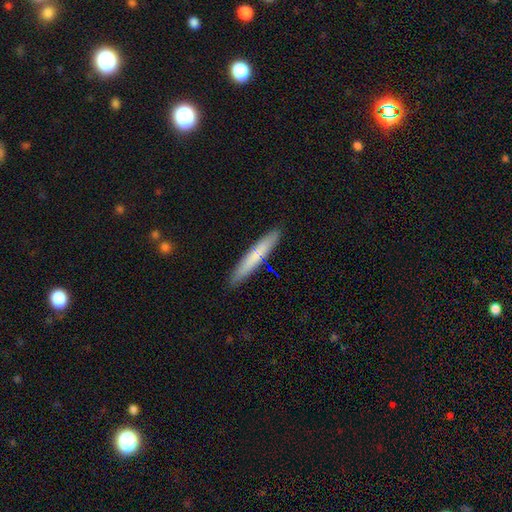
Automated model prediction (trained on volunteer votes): Overall: smooth (68%). How rounded: cigar-shaped (95%). Merging: none (89%).